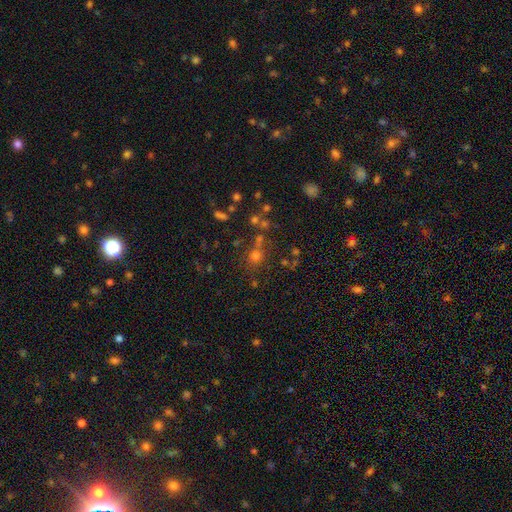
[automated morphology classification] Q: Smooth or featured?
A: smooth (57%); runner-up: star or artifact (32%)
Q: How rounded?
A: round (86%); runner-up: in between (13%)
Q: Merging?
A: none (67%); runner-up: merger (17%)